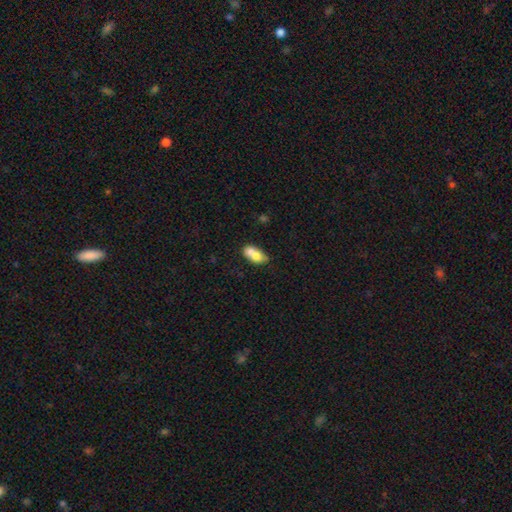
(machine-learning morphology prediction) This is likely a smooth galaxy (69%). How rounded: likely in between (78%). Merging: possibly merger (59%).